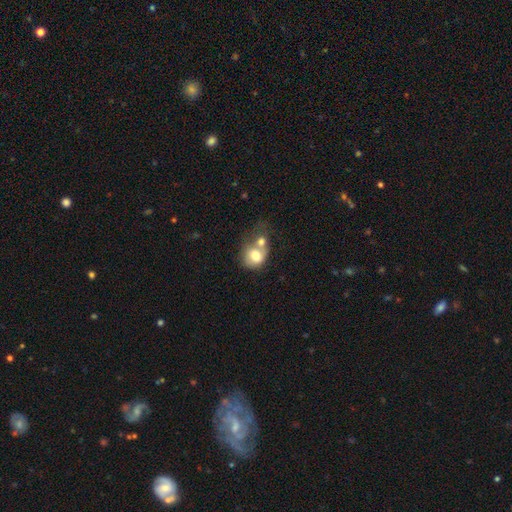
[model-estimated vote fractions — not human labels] Q: Smooth or featured?
A: smooth (71%); runner-up: featured or disk (21%)
Q: How rounded?
A: round (68%); runner-up: in between (31%)
Q: Merging?
A: merger (62%); runner-up: none (23%)